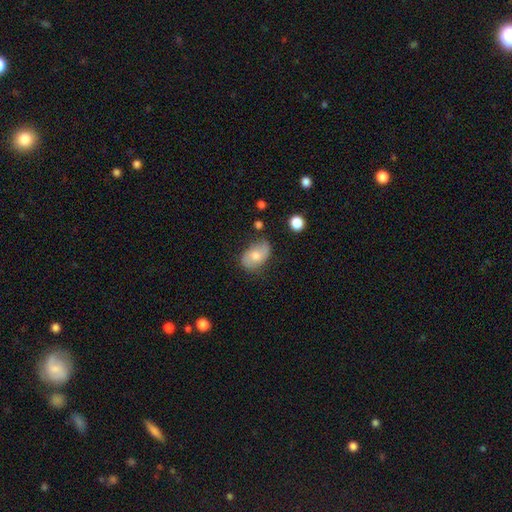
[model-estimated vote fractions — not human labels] A smooth galaxy with no disk features (60%) that is in between round and cigar-shaped (87%).

Vote fractions:
- Smooth or featured? smooth: 60% / featured or disk: 32% / star or artifact: 8%
- How rounded? in between: 87% / round: 11% / cigar-shaped: 1%
- Merging? none: 65% / minor disturbance: 26% / major disturbance: 6% / merger: 3%